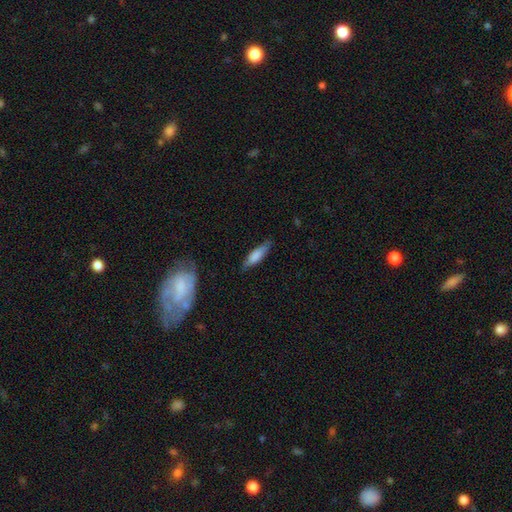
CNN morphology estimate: Smooth or featured?
  - smooth: 74% *
  - featured or disk: 20%
  - star or artifact: 6%
How rounded?
  - cigar-shaped: 62% *
  - in between: 36%
  - round: 2%
Merging?
  - none: 76% *
  - minor disturbance: 18%
  - major disturbance: 4%
  - merger: 2%